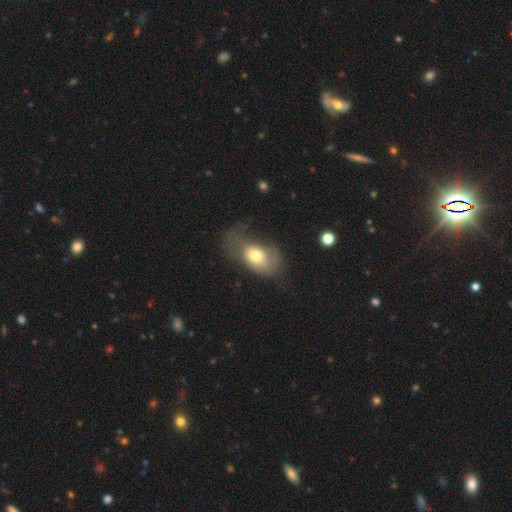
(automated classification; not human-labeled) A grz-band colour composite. It shows a smooth galaxy with no disk features (68%) that is in between round and cigar-shaped (82%). Merging: major disturbance (46%).